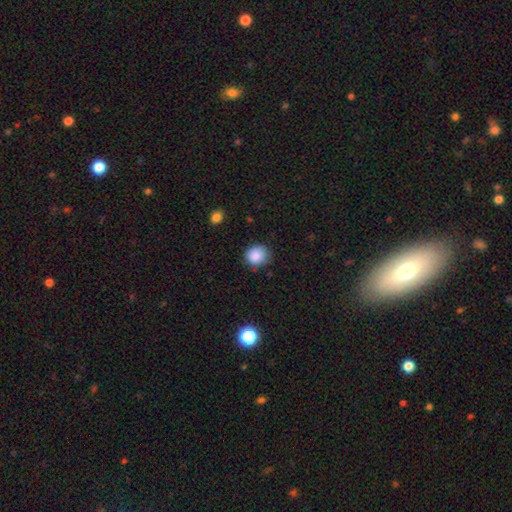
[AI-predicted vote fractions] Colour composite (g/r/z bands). It shows a smooth galaxy with no disk features (87%) that is round (83%). Merging: none (79%).